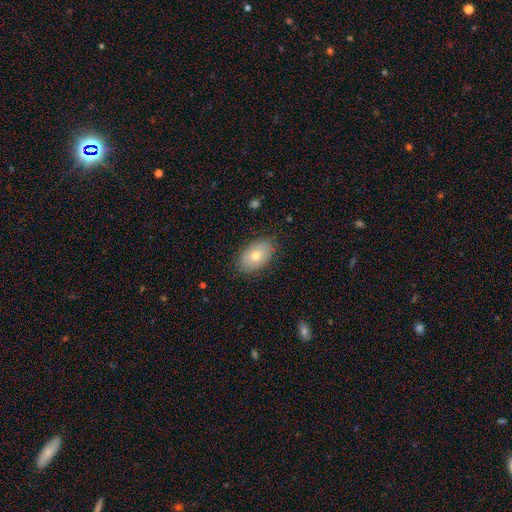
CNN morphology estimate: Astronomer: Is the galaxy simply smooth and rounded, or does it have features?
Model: smooth — 70%.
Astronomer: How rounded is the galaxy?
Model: in between — 88%.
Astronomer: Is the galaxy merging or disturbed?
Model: none — 84%.